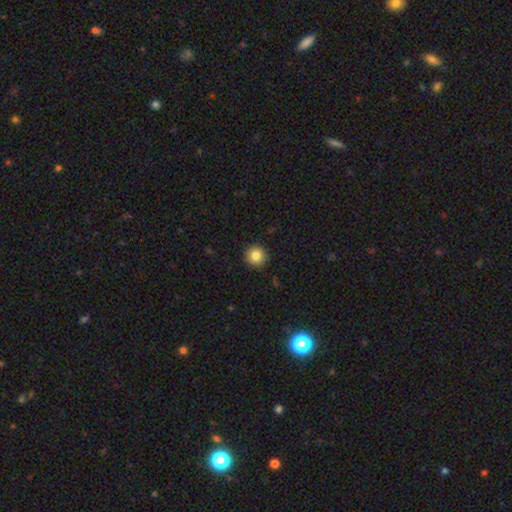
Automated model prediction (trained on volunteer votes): Overall: smooth (83%). How rounded: round (95%). Merging: none (92%).